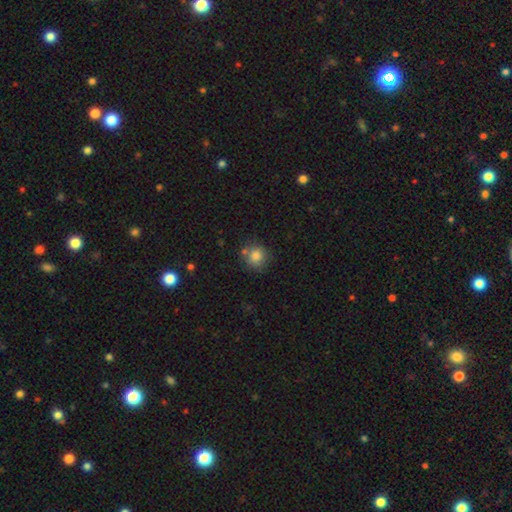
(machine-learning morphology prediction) smooth_or_featured: smooth (p=0.84) [alt: star or artifact p=0.10]
how_rounded: round (p=0.88) [alt: in between p=0.11]
merging: none (p=0.73) [alt: minor disturbance p=0.14]